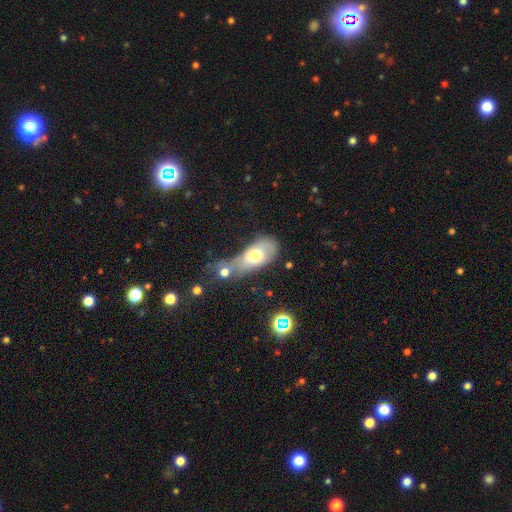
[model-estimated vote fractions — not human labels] Overall: smooth (63%; featured or disk 28%). How rounded: in between (87%). Merging: merger (45%; none 20%).